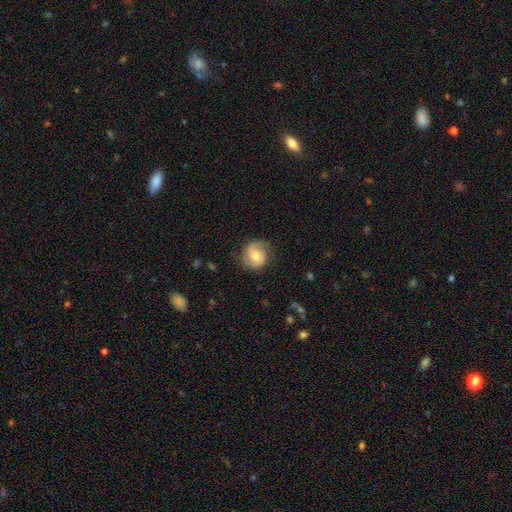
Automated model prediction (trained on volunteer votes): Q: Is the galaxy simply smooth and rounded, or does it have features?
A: featured or disk — 54%.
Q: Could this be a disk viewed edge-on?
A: no — 97%.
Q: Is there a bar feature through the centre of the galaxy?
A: no — 56%.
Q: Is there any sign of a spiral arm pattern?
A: yes — 85%.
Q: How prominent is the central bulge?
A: moderate — 69%.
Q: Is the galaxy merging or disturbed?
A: none — 75%.